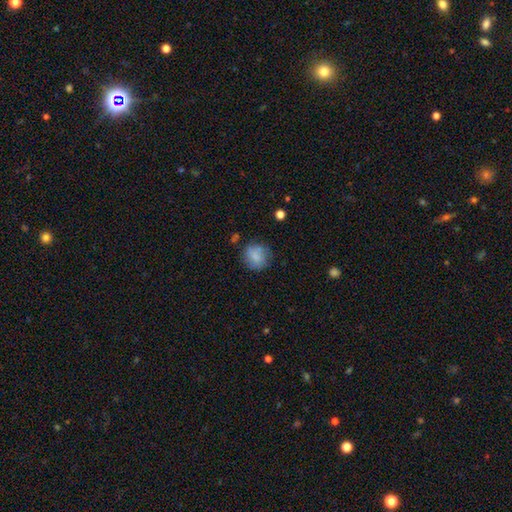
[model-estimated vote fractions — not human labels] Q: Smooth or featured?
A: smooth (80%); runner-up: featured or disk (12%)
Q: How rounded?
A: round (86%); runner-up: in between (13%)
Q: Merging?
A: none (72%); runner-up: minor disturbance (19%)